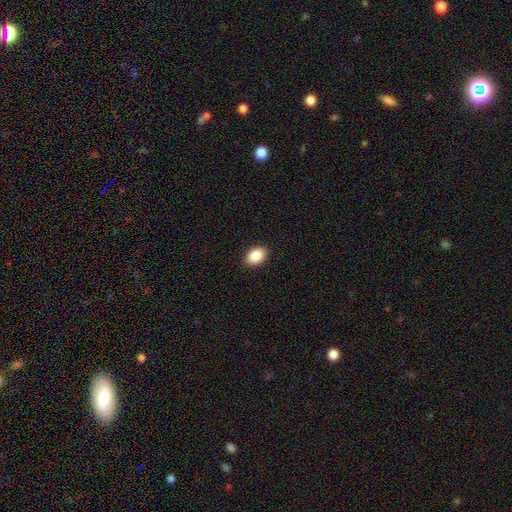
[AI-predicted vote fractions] This is clearly a smooth galaxy (89%). How rounded: clearly in between (81%). Merging: clearly none (91%).